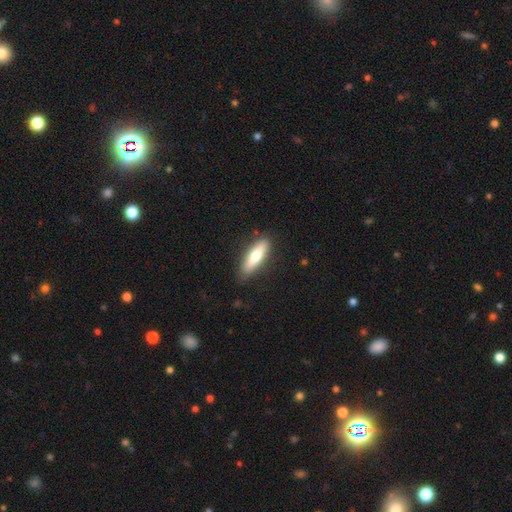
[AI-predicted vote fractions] Smooth or featured? smooth (65%)
How rounded? cigar-shaped (59%)
Merging? none (86%)